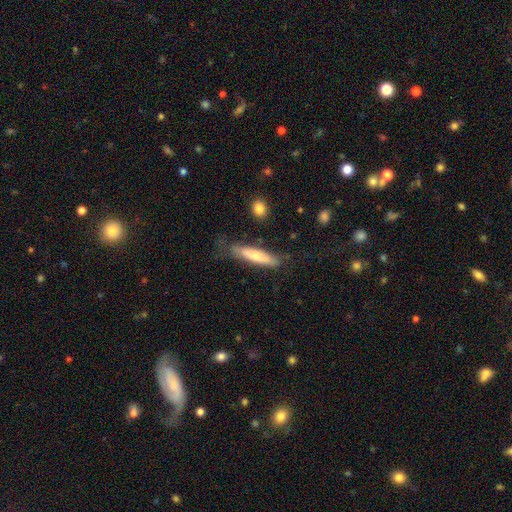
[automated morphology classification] Smooth or featured? Predicted: smooth (p=0.66). How rounded? Predicted: cigar-shaped (p=0.79). Merging? Predicted: none (p=0.66).